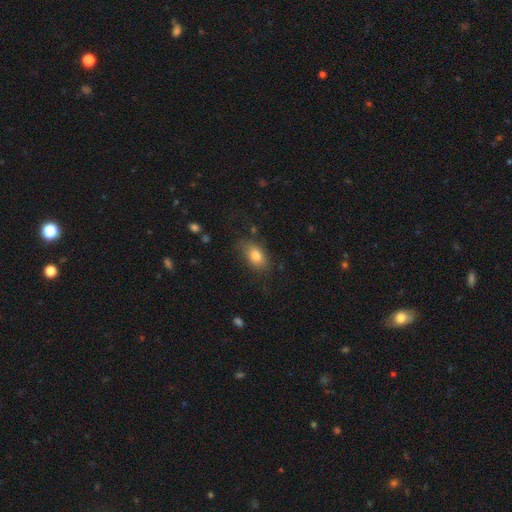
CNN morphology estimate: smooth-or-featured: smooth: 80% | featured or disk: 11% | star or artifact: 9%
  how-rounded: in between: 84% | round: 13% | cigar-shaped: 3%
  merging: none: 72% | minor disturbance: 20% | major disturbance: 6% | merger: 2%